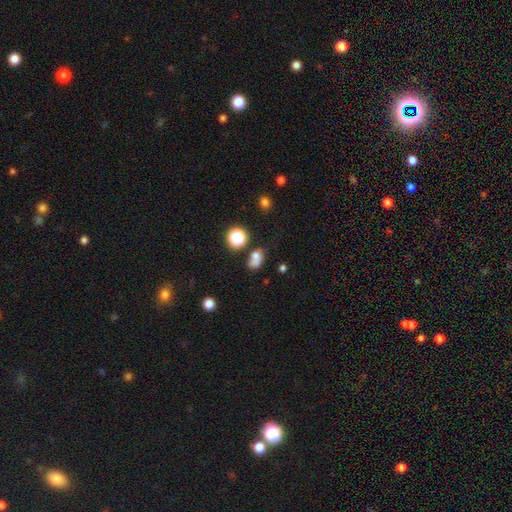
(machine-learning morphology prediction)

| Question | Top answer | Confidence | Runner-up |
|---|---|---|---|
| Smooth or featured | smooth | 68% | star or artifact (19%) |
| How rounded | in between | 61% | round (36%) |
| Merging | none | 41% | minor disturbance (25%) |